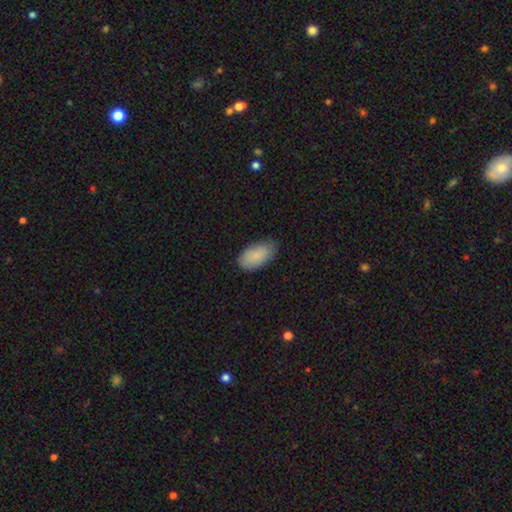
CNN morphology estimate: Smooth or featured?
  - smooth: 87% *
  - featured or disk: 7%
  - star or artifact: 6%
How rounded?
  - in between: 95% *
  - round: 3%
  - cigar-shaped: 2%
Merging?
  - none: 75% *
  - minor disturbance: 21%
  - major disturbance: 3%
  - merger: 1%